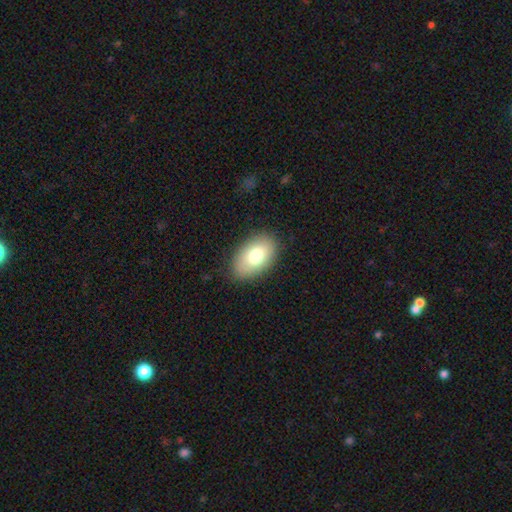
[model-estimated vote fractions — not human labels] Smooth or featured?
  - smooth: 76% *
  - featured or disk: 17%
  - star or artifact: 8%
How rounded?
  - in between: 91% *
  - round: 7%
  - cigar-shaped: 1%
Merging?
  - none: 86% *
  - minor disturbance: 10%
  - major disturbance: 3%
  - merger: 1%